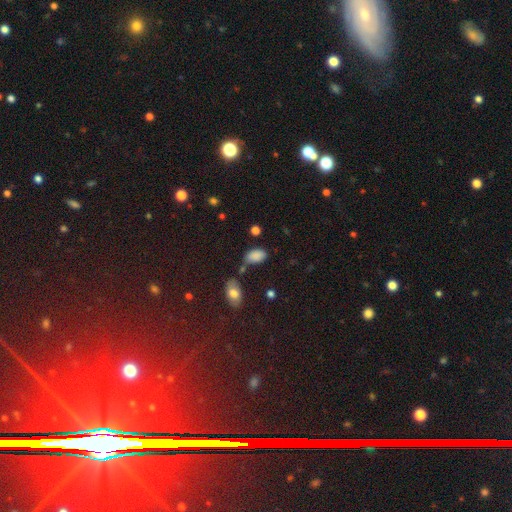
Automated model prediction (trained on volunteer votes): Overall: smooth (84%). How rounded: in between (93%). Merging: none (61%; minor disturbance 23%).